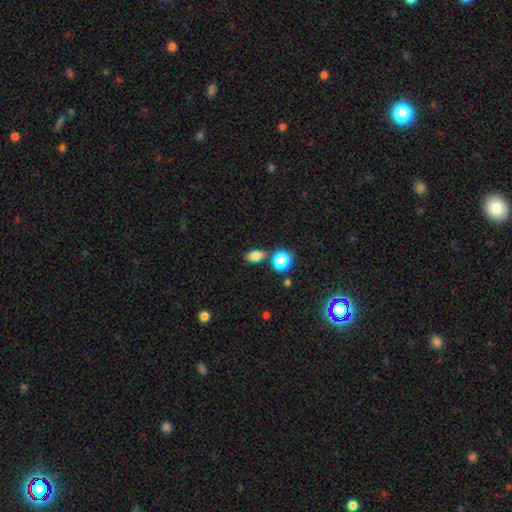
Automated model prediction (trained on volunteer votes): Overall: smooth (79%). How rounded: in between (81%). Merging: none (76%).